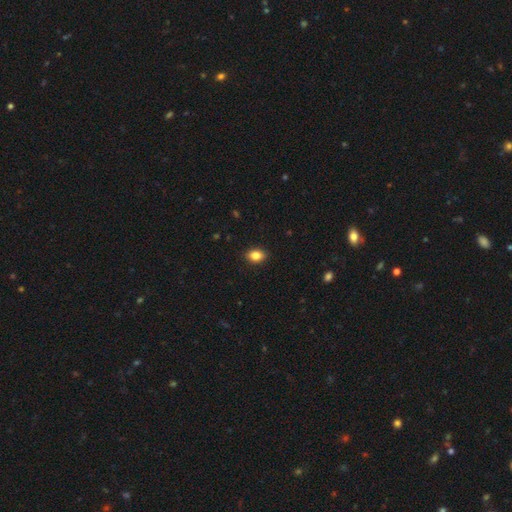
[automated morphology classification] Overall: smooth (84%). How rounded: in between (77%). Merging: none (89%).